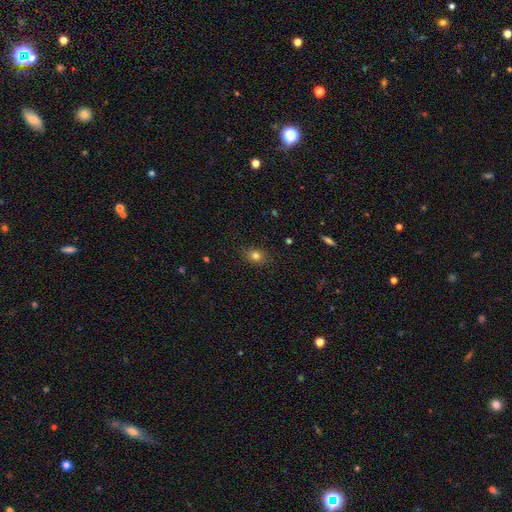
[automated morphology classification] This appears to be a smooth galaxy with no disk features (78%) that is round (52%). Merging: none (85%).